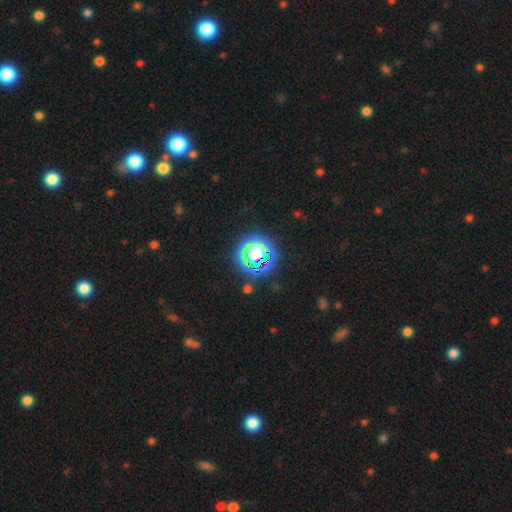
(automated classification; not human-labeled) Morphology: type=star or artifact (58%).